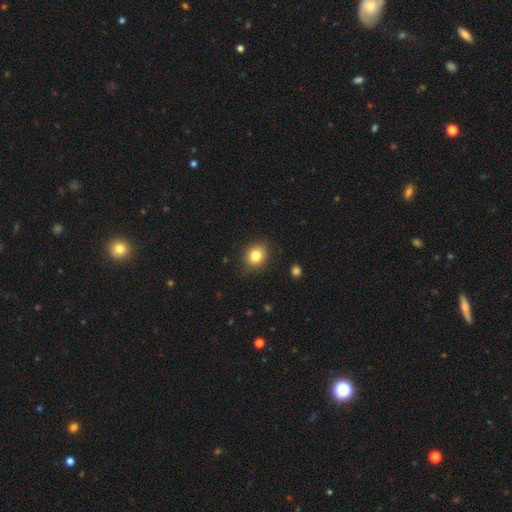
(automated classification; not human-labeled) Smooth or featured? smooth (81%)
How rounded? round (62%)
Merging? none (86%)